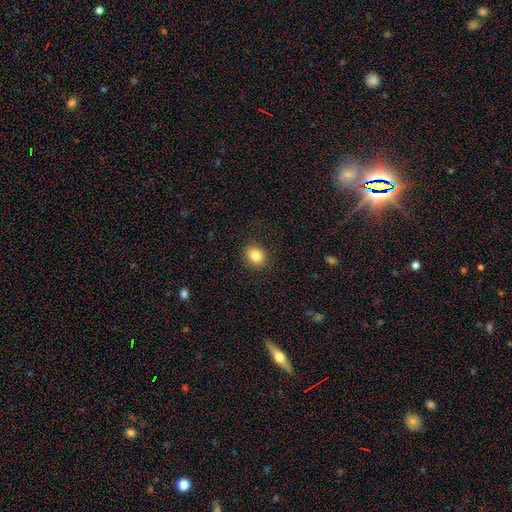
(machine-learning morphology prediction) smooth-or-featured: smooth: 83% | star or artifact: 10% | featured or disk: 7%
  how-rounded: round: 65% | in between: 35% | cigar-shaped: 1%
  merging: none: 89% | minor disturbance: 8% | major disturbance: 3% | merger: 1%